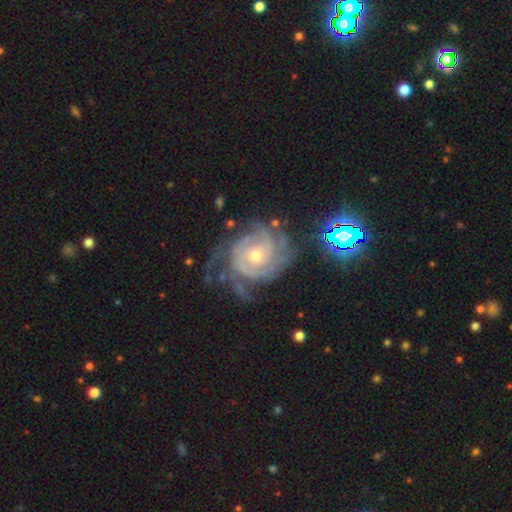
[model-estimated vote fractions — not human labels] A featured or disk galaxy (90%) with no bar (75%), 3 (26%) tight (72%) spiral arms (98%) and a small central bulge (61%). Merging: none (57%).